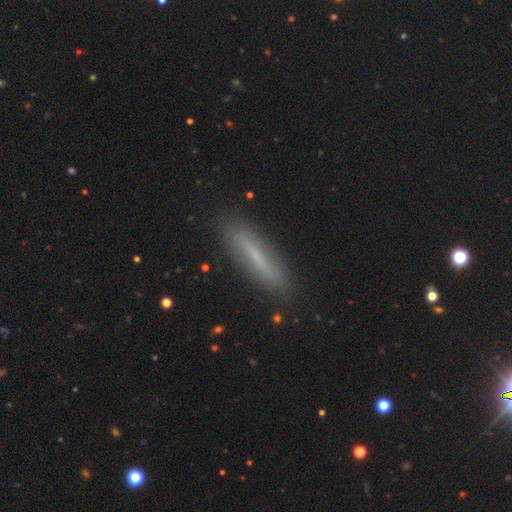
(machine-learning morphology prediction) This is likely a smooth galaxy (62%). How rounded: clearly cigar-shaped (84%). Merging: clearly none (86%).